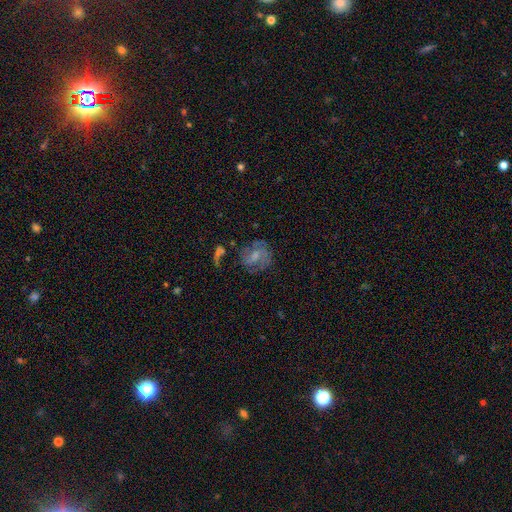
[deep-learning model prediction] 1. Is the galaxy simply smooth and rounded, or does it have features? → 55% featured or disk, 35% smooth, 10% star or artifact.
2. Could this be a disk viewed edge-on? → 97% no, 3% yes.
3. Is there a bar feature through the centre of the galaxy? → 45% weak, 44% no, 10% strong.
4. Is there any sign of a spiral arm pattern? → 67% yes, 33% no.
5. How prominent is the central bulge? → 36% small (tied), 36% moderate (tied), 22% none, 5% large, 1% dominant.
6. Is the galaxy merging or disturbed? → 50% none, 22% major disturbance, 22% minor disturbance, 6% merger.